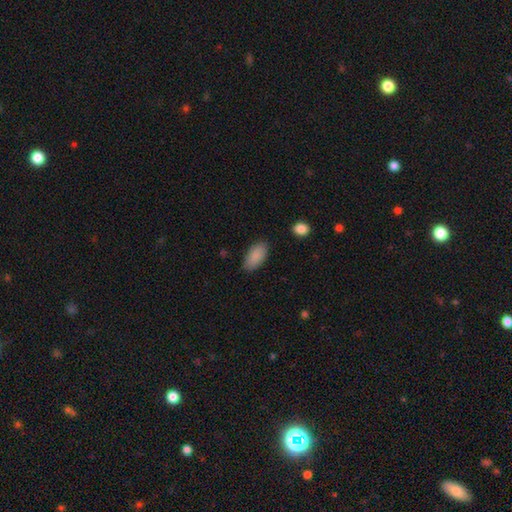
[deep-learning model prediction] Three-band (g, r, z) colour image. It shows a smooth galaxy with no disk features (88%) that is in between round and cigar-shaped (93%). Merging: none (83%).